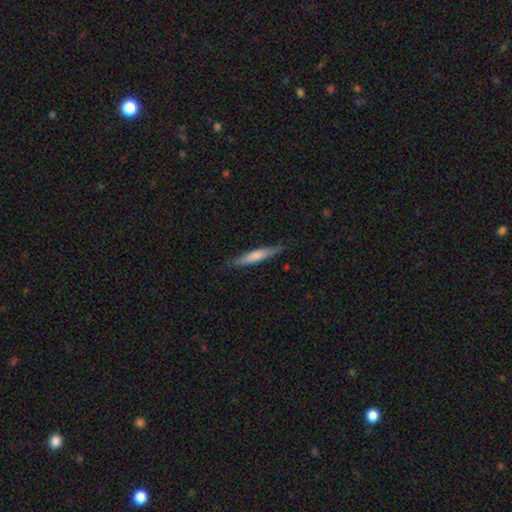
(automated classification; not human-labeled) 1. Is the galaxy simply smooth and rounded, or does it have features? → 67% smooth, 28% featured or disk, 5% star or artifact.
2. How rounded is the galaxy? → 91% cigar-shaped, 8% in between, 1% round.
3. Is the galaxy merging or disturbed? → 83% none, 13% minor disturbance, 2% major disturbance, 1% merger.